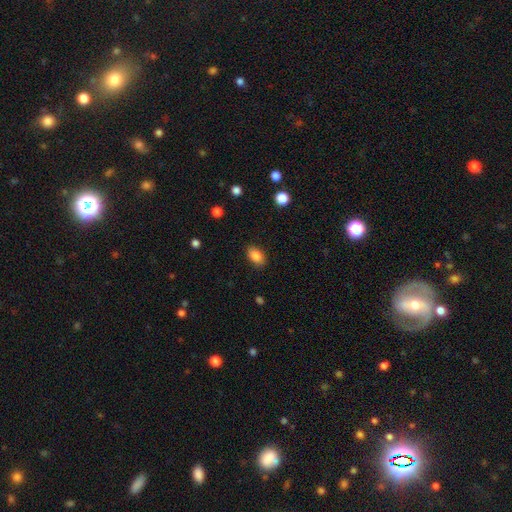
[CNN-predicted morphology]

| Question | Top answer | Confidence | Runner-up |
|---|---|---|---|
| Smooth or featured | smooth | 86% | star or artifact (9%) |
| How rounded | in between | 87% | round (11%) |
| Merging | none | 87% | minor disturbance (10%) |